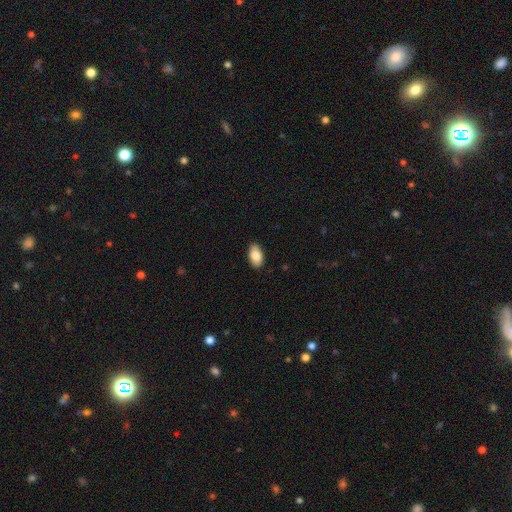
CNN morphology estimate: The model was most divided on "merging": none: 88%, minor disturbance: 9%, major disturbance: 2%, merger: 1%. More confident: how rounded — in between (94%); smooth or featured — smooth (87%).